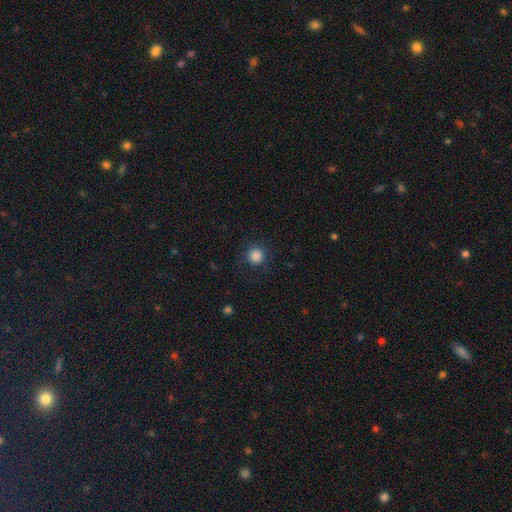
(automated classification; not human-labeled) A smooth galaxy with no disk features (86%) that is round (94%).

Vote fractions:
- Smooth or featured? smooth: 86% / star or artifact: 11% / featured or disk: 3%
- How rounded? round: 94% / in between: 5% / cigar-shaped: 1%
- Merging? none: 87% / minor disturbance: 8% / major disturbance: 4% / merger: 1%